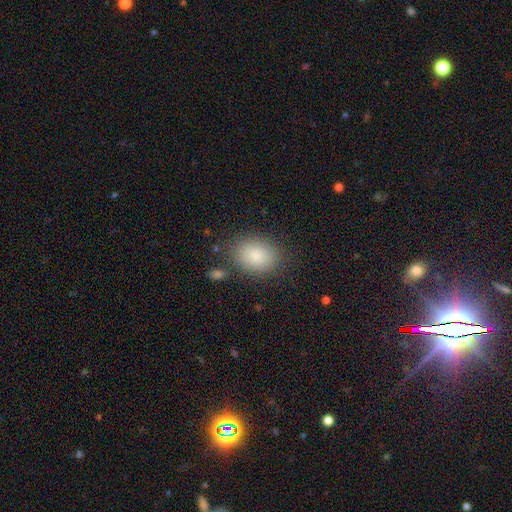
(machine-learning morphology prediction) Smooth or featured: smooth — 85% (star or artifact — 8%)
How rounded: in between — 66% (round — 33%)
Merging: none — 81% (minor disturbance — 12%)